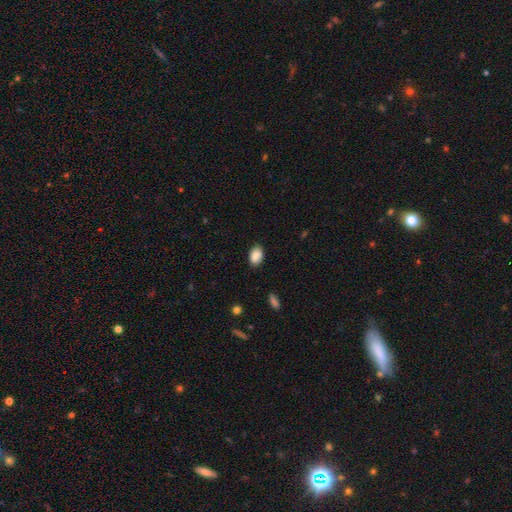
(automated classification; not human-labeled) smooth-or-featured: smooth: 89% | star or artifact: 8% | featured or disk: 4%
  how-rounded: in between: 87% | round: 12% | cigar-shaped: 1%
  merging: none: 84% | minor disturbance: 12% | major disturbance: 3% | merger: 1%